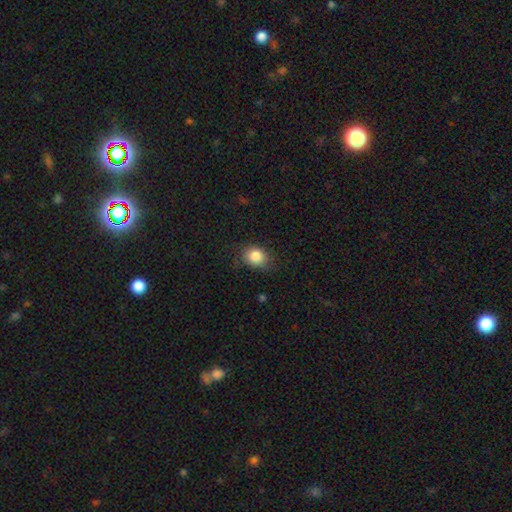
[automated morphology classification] This appears to be a smooth galaxy with no disk features (85%) that is round (56%). Merging: none (76%).